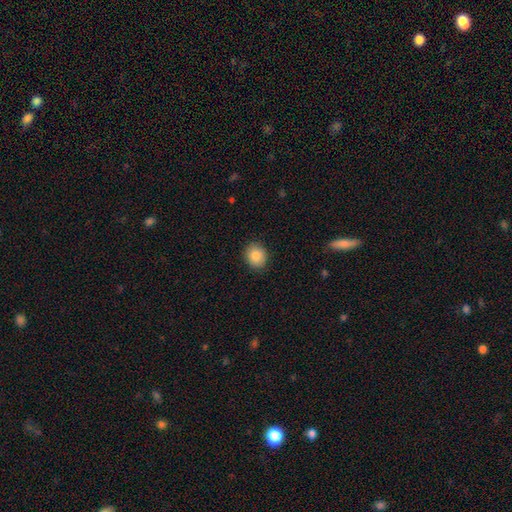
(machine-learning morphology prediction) A smooth galaxy with no disk features (85%) that is round (72%). Merging: none (89%).